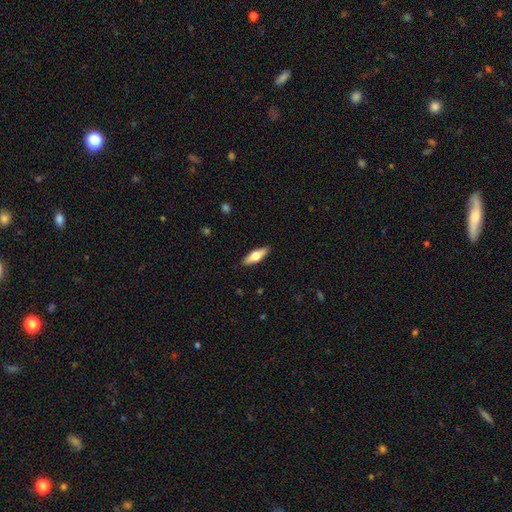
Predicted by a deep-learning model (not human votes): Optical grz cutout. It shows a smooth galaxy with no disk features (59%) that is in between round and cigar-shaped (54%). Merging: none (89%).